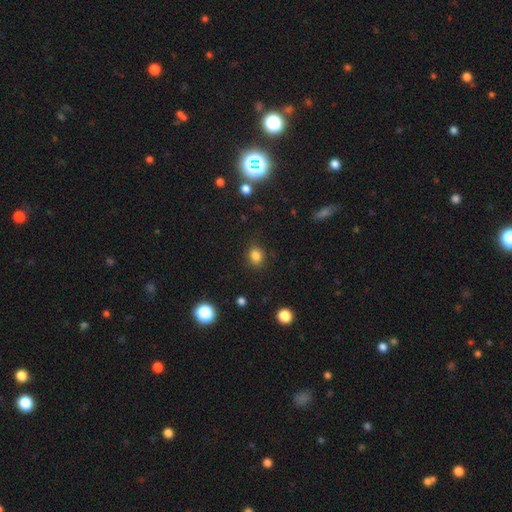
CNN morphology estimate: Smooth or featured? Predicted: smooth (p=0.83). How rounded? Predicted: round (p=0.62). Merging? Predicted: none (p=0.84).